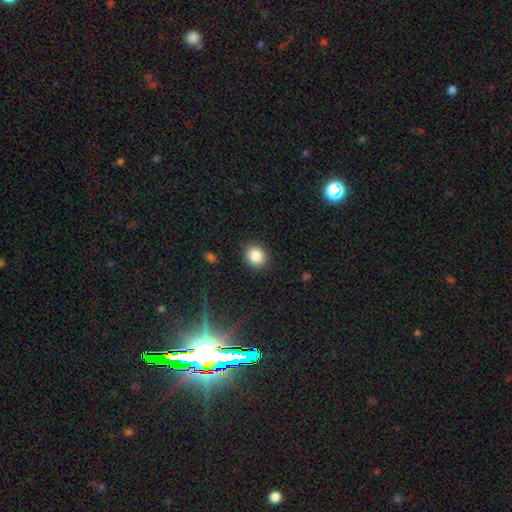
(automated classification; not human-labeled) Q: Smooth or featured?
A: smooth (85%); runner-up: star or artifact (10%)
Q: How rounded?
A: round (70%); runner-up: in between (29%)
Q: Merging?
A: none (89%); runner-up: minor disturbance (8%)